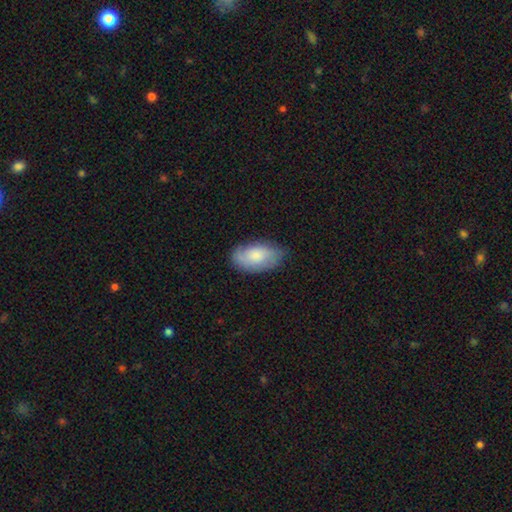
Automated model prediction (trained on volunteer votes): smooth 68%, featured or disk 25%, star or artifact 6%. Down the decision tree: how rounded — in between (94%); merging — none (72%).